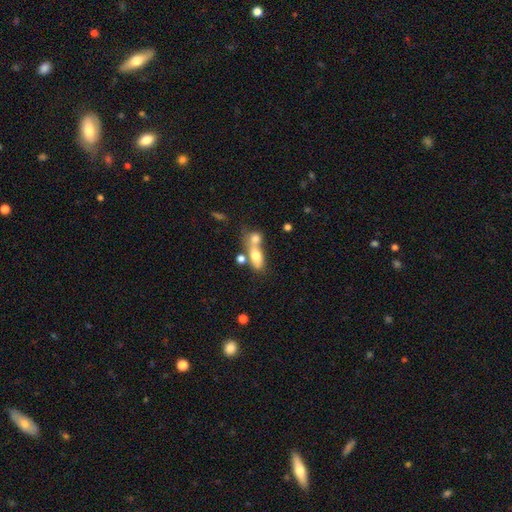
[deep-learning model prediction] Morphology: type=smooth (70%); roundness=in between (73%); merging=merger (60%).